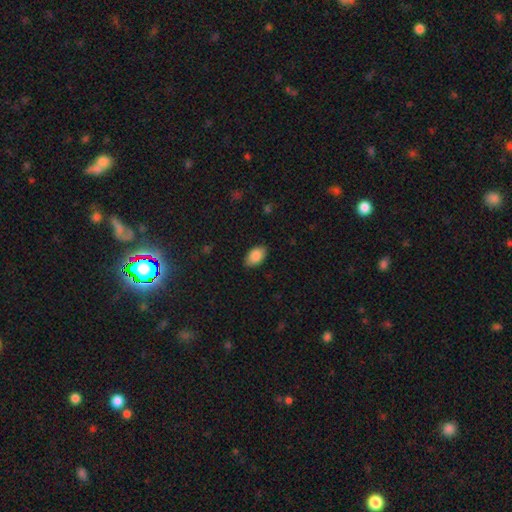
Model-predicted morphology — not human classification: smooth-or-featured: smooth: 87% | star or artifact: 7% | featured or disk: 6%
  how-rounded: in between: 92% | round: 6% | cigar-shaped: 1%
  merging: none: 85% | minor disturbance: 12% | major disturbance: 2% | merger: 1%